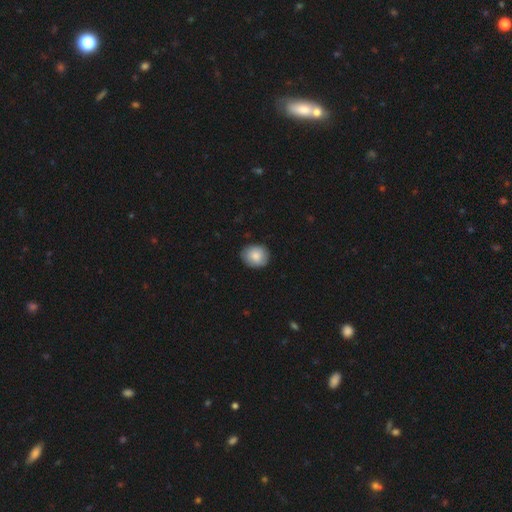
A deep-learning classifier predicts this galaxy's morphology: Smooth or featured?
  - smooth: 83% *
  - featured or disk: 10%
  - star or artifact: 7%
How rounded?
  - round: 68% *
  - in between: 31%
  - cigar-shaped: 1%
Merging?
  - none: 82% *
  - minor disturbance: 15%
  - major disturbance: 2%
  - merger: 1%